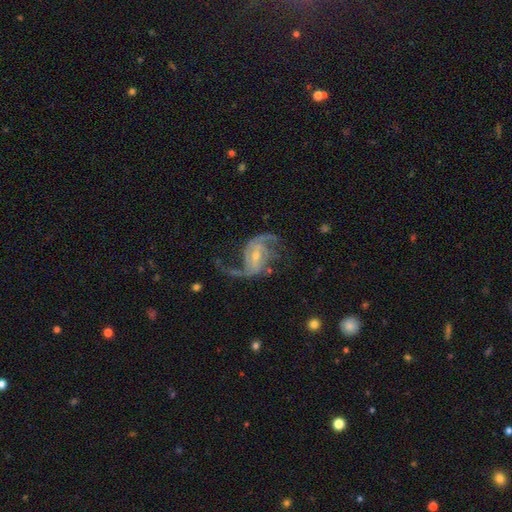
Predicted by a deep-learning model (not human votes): Q: Smooth or featured?
A: featured or disk (90%); runner-up: star or artifact (5%)
Q: Edge-on disk?
A: no (97%); runner-up: yes (3%)
Q: Bar?
A: weak (47%); runner-up: strong (28%)
Q: Spiral arms?
A: yes (97%); runner-up: no (3%)
Q: Spiral winding?
A: loose (54%); runner-up: medium (37%)
Q: Spiral arm count?
A: 2 (84%); runner-up: 3 (5%)
Q: Bulge size?
A: small (55%); runner-up: moderate (40%)
Q: Merging?
A: none (59%); runner-up: major disturbance (22%)